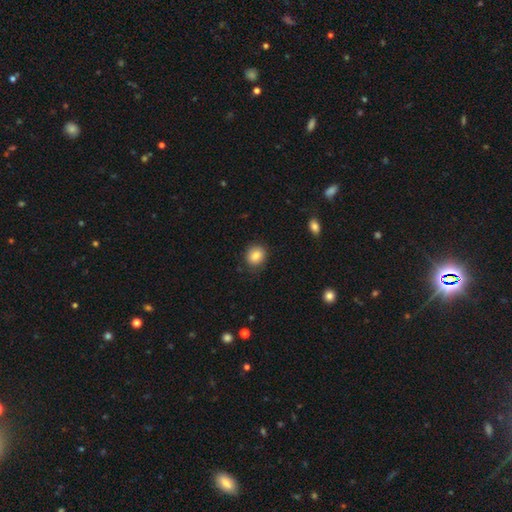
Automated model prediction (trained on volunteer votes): This appears to be a smooth galaxy with no disk features (85%) that is round (69%). Merging: none (83%).